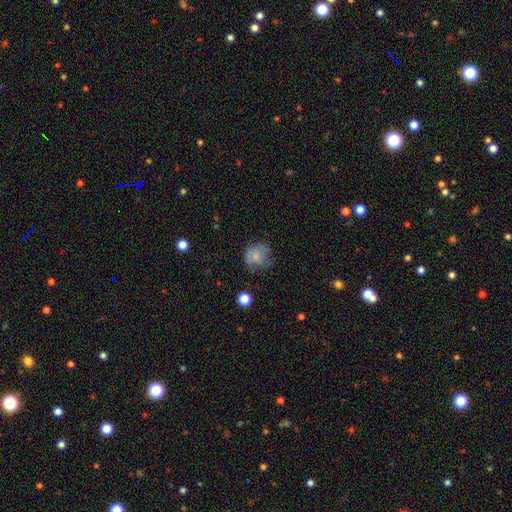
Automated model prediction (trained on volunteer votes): smooth_or_featured: smooth (p=0.64) [alt: featured or disk p=0.26]
how_rounded: round (p=0.78) [alt: in between p=0.21]
merging: none (p=0.55) [alt: minor disturbance p=0.28]